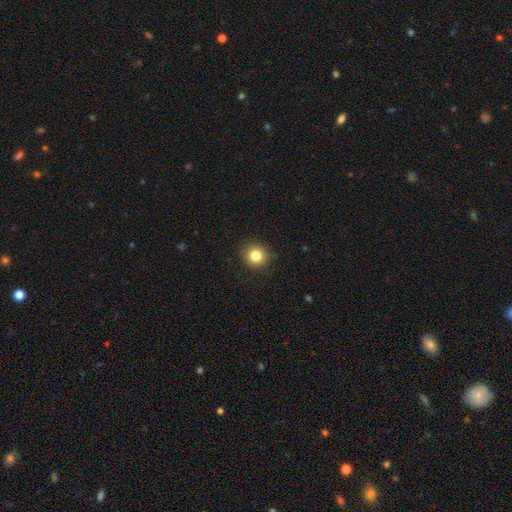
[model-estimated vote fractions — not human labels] The model was most divided on "smooth or featured": smooth: 83%, star or artifact: 11%, featured or disk: 6%. More confident: merging — none (90%); how rounded — round (89%).